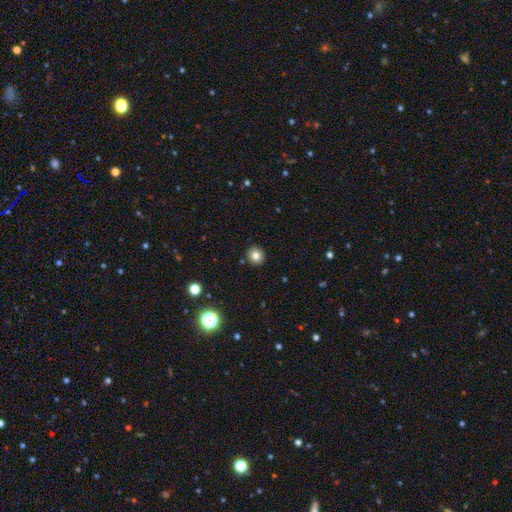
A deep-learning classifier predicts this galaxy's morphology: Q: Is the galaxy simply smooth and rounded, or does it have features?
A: smooth — 80%.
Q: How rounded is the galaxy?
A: round — 90%.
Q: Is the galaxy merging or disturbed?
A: none — 91%.